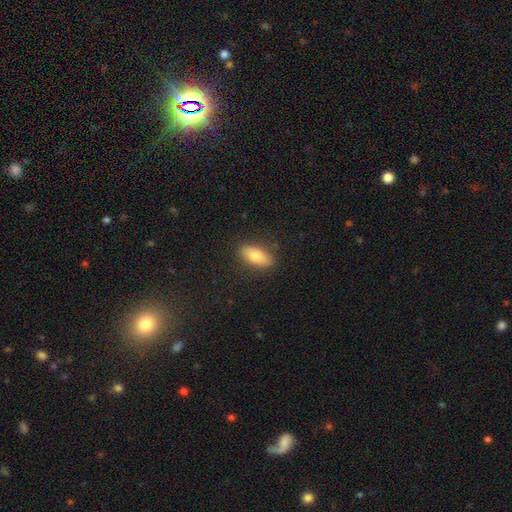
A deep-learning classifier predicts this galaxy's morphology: This is likely a smooth galaxy (77%). How rounded: clearly in between (80%). Merging: clearly none (86%).